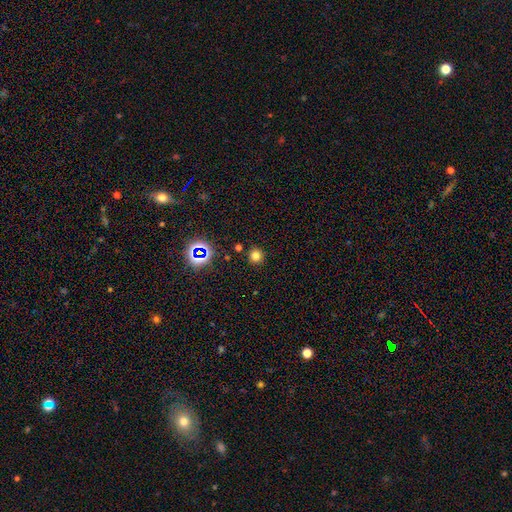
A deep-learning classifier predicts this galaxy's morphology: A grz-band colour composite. It shows a smooth galaxy with no disk features (74%) that is round (95%). Merging: none (90%).